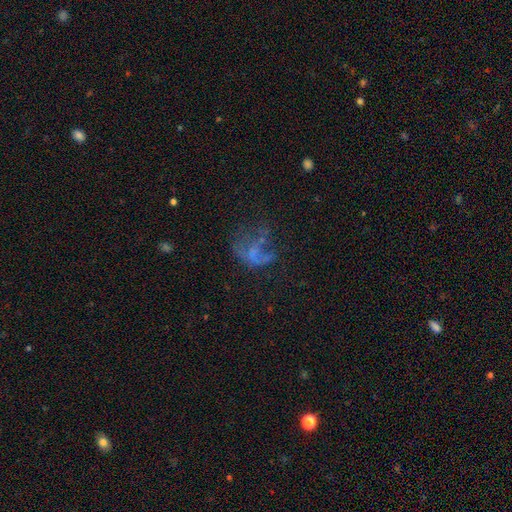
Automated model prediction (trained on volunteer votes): Smooth or featured? Predicted: featured or disk (p=0.46). Merging? Predicted: major disturbance (p=0.42).